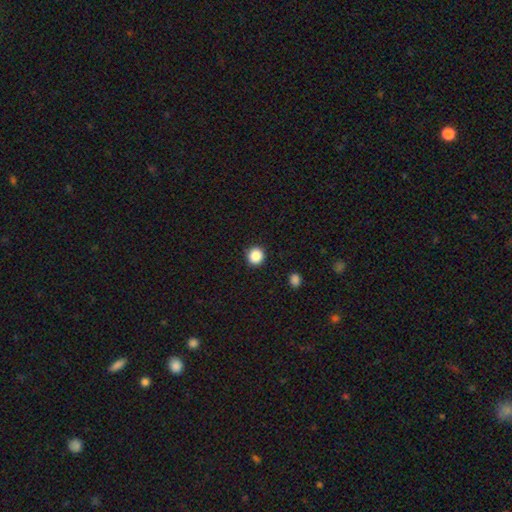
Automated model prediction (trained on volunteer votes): smooth_or_featured: smooth (p=0.87) [alt: star or artifact p=0.10]
how_rounded: round (p=0.93) [alt: in between p=0.06]
merging: none (p=0.92) [alt: minor disturbance p=0.05]